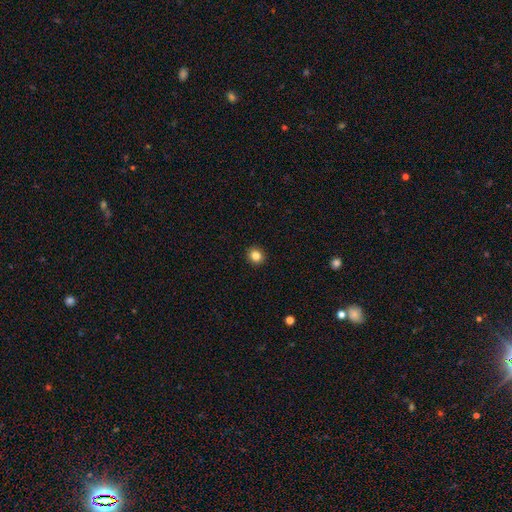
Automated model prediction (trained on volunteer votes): Smooth or featured? smooth (84%)
How rounded? round (79%)
Merging? none (92%)